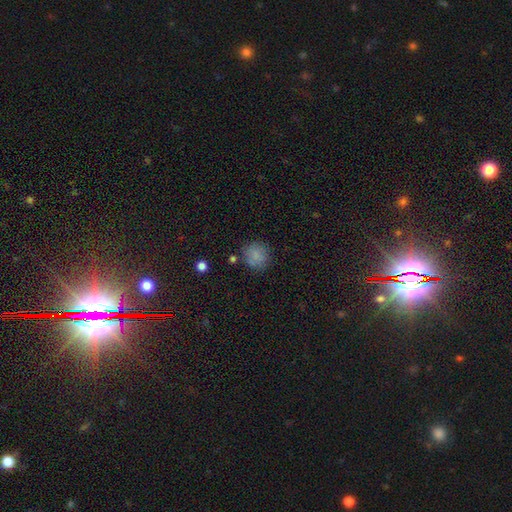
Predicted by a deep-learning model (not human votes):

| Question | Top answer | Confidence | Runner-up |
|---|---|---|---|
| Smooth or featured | smooth | 80% | star or artifact (12%) |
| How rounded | round | 88% | in between (12%) |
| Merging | none | 77% | minor disturbance (13%) |